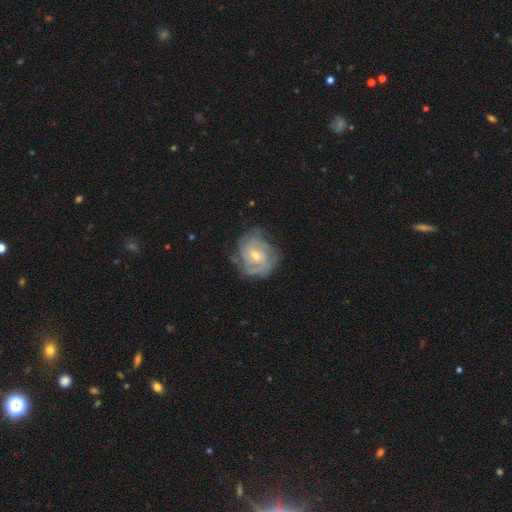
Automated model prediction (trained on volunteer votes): The model was most divided on "spiral arm count": can't tell: 33%, 3: 24%, 2: 19%, 4: 13%, more than 4: 6%, 1: 5%. More confident: edge-on disk — no (98%); spiral arms — yes (94%); smooth or featured — featured or disk (82%); merging — none (73%); spiral winding — tight (67%); bar — no (61%); bulge size — moderate (53%).